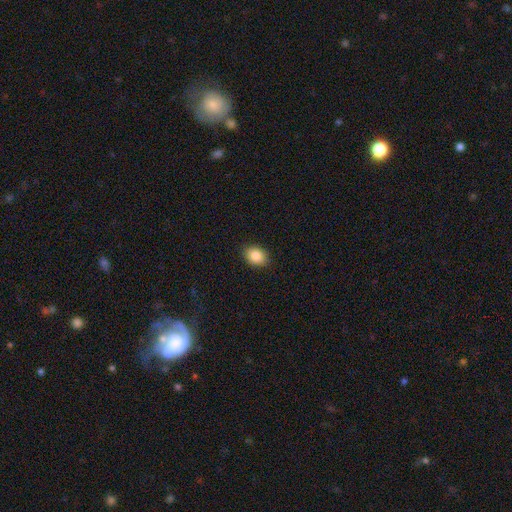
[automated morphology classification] Smooth or featured? Predicted: smooth (p=0.86). How rounded? Predicted: in between (p=0.64). Merging? Predicted: none (p=0.90).